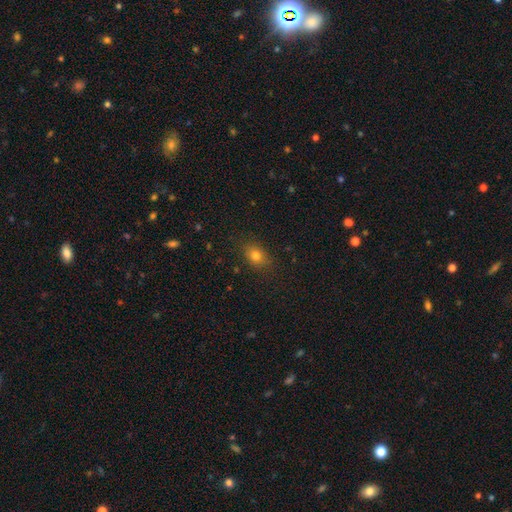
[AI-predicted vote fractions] smooth-or-featured: smooth: 79% | star or artifact: 13% | featured or disk: 8%
  how-rounded: in between: 63% | round: 35% | cigar-shaped: 2%
  merging: none: 84% | minor disturbance: 12% | major disturbance: 3% | merger: 1%